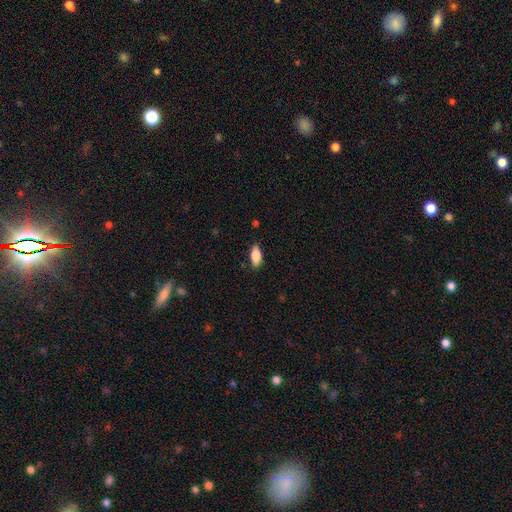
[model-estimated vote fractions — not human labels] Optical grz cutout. It shows a smooth galaxy with no disk features (83%) that is in between round and cigar-shaped (86%). Merging: none (85%).